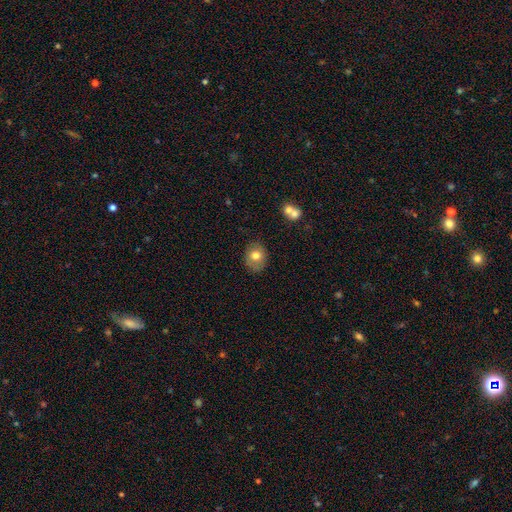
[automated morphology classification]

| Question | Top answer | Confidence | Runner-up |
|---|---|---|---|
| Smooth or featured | smooth | 74% | featured or disk (17%) |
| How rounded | round | 52% | in between (47%) |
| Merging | none | 78% | minor disturbance (15%) |